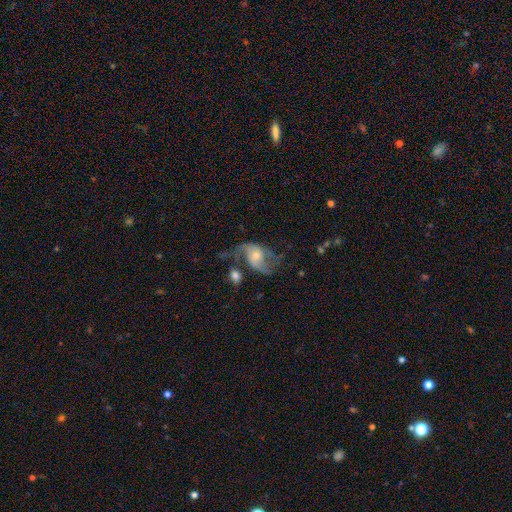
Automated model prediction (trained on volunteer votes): Overall: featured or disk (80%). Edge-on disk: no (97%). Bar: no (66%; weak 27%). Spiral arms: yes (92%). Spiral arm count: 2 (83%). Spiral winding: loose (60%; medium 31%). Bulge size: small (48%; moderate 45%). Merging: none (41%; major disturbance 26%).